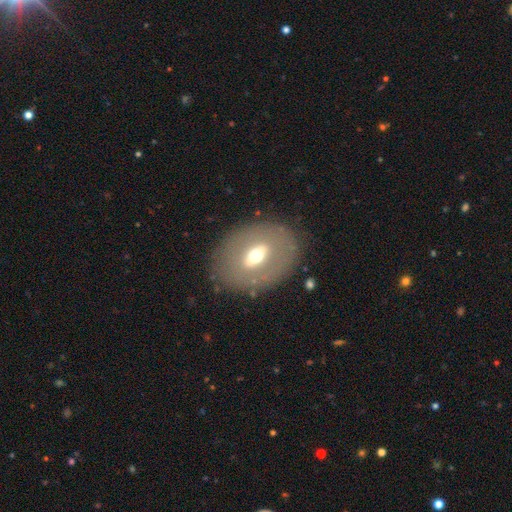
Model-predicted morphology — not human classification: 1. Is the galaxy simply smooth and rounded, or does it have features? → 50% featured or disk, 39% smooth, 11% star or artifact.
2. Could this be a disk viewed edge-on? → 90% no, 10% yes.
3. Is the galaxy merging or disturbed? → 83% none, 12% minor disturbance, 4% major disturbance, 1% merger.